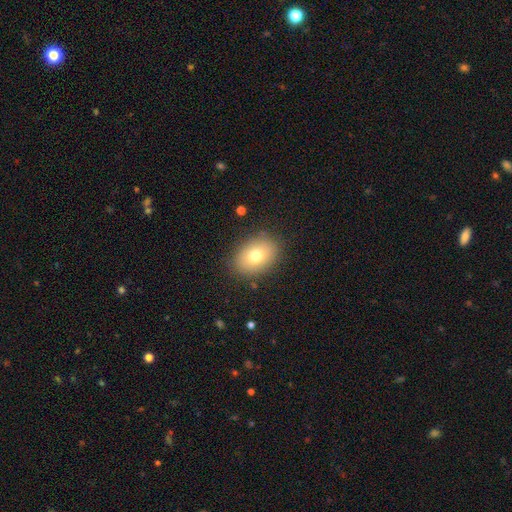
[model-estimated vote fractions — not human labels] Overall: smooth (76%). How rounded: in between (77%). Merging: none (86%).